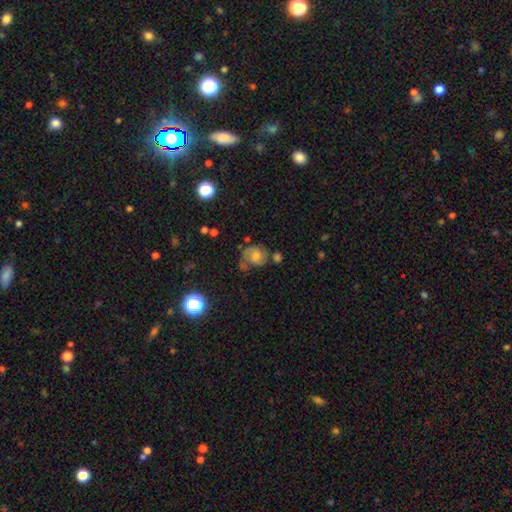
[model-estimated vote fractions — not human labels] Smooth or featured? Predicted: featured or disk (p=0.55). Edge-on disk? Predicted: no (p=0.97). Bar? Predicted: no (p=0.63). Spiral arms? Predicted: yes (p=0.84). Bulge size? Predicted: moderate (p=0.49). Merging? Predicted: none (p=0.51).